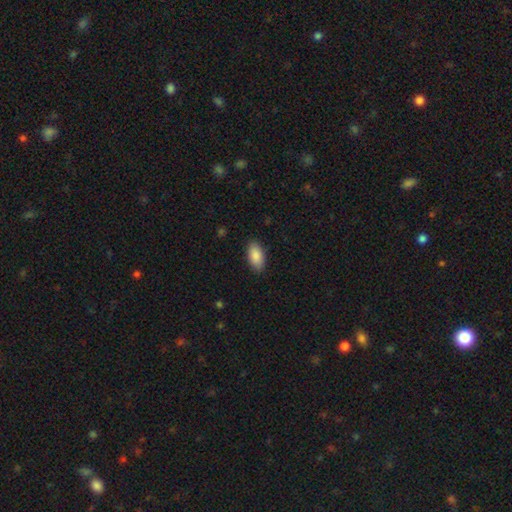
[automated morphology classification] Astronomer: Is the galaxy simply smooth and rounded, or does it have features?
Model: smooth — 89%.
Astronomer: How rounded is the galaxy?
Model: in between — 94%.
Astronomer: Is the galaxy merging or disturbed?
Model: none — 88%.